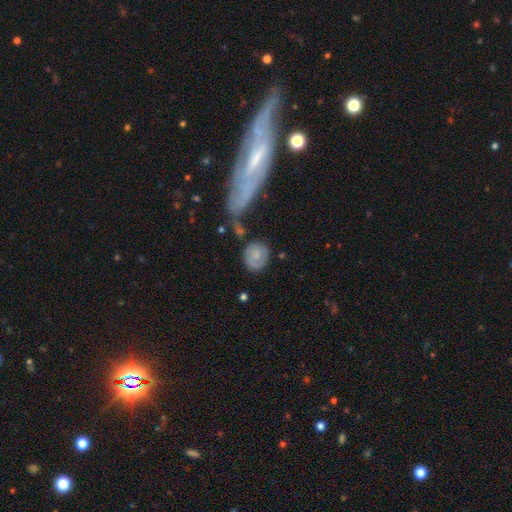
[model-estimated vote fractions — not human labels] Morphology: type=smooth (64%); roundness=round (76%); merging=none (67%).